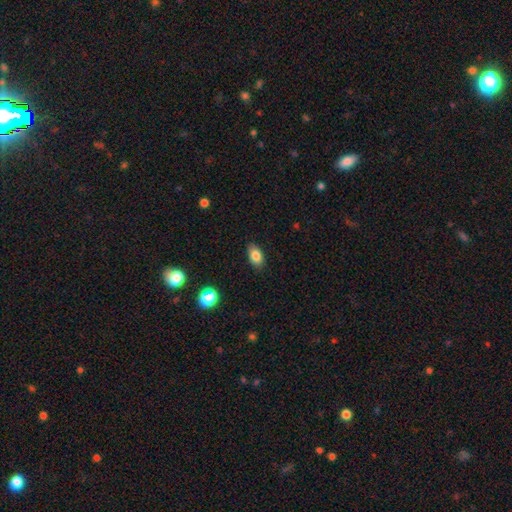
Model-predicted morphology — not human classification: A smooth galaxy with no disk features (83%) that is in between round and cigar-shaped (88%). Merging: none (86%).